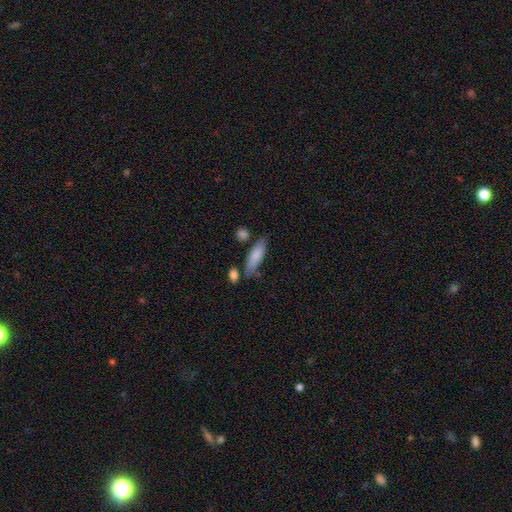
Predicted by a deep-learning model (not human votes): A smooth galaxy with no disk features (79%) that is in between round and cigar-shaped (50%).

Vote fractions:
- Smooth or featured? smooth: 79% / featured or disk: 15% / star or artifact: 6%
- How rounded? in between: 50% / cigar-shaped: 48% / round: 2%
- Merging? none: 65% / minor disturbance: 21% / merger: 9% / major disturbance: 6%